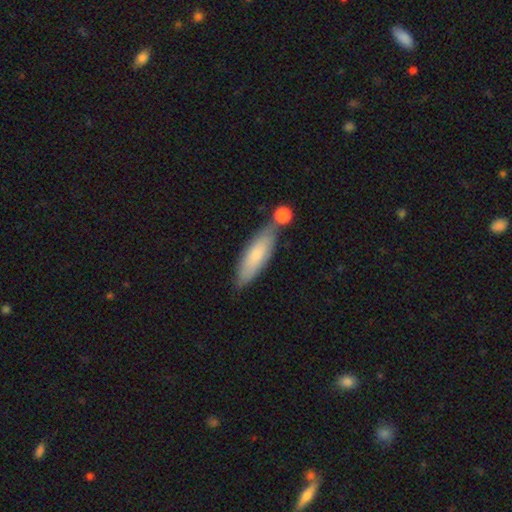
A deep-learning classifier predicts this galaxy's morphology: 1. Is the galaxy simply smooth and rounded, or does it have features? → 68% smooth, 26% featured or disk, 6% star or artifact.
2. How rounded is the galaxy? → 53% cigar-shaped, 45% in between, 2% round.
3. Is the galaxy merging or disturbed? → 62% none, 18% minor disturbance, 15% merger, 4% major disturbance.